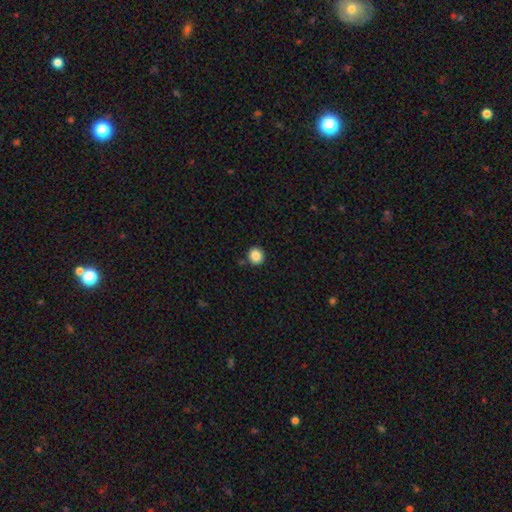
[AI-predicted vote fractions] smooth 87%, star or artifact 9%, featured or disk 4%. Down the decision tree: how rounded — round (85%); merging — none (87%).